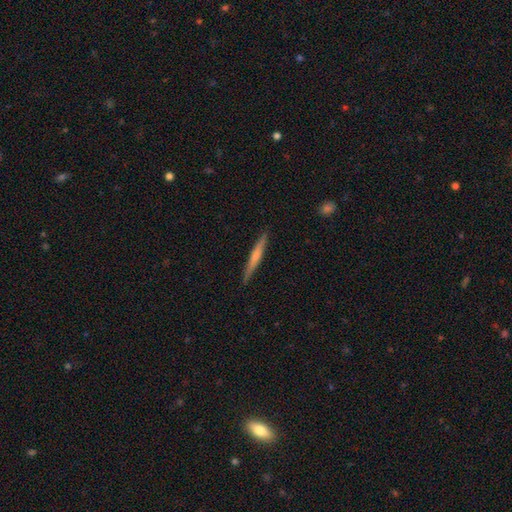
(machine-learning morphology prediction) Smooth or featured? smooth (50%)
How rounded? cigar-shaped (96%)
Merging? none (90%)